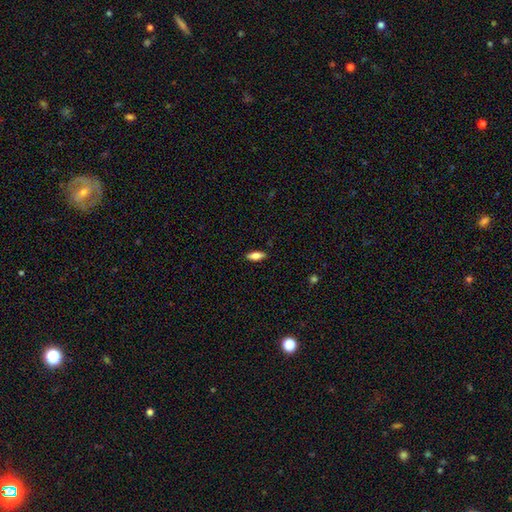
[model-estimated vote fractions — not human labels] smooth 76%, featured or disk 17%, star or artifact 7%. Down the decision tree: how rounded — in between (73%); merging — none (88%).